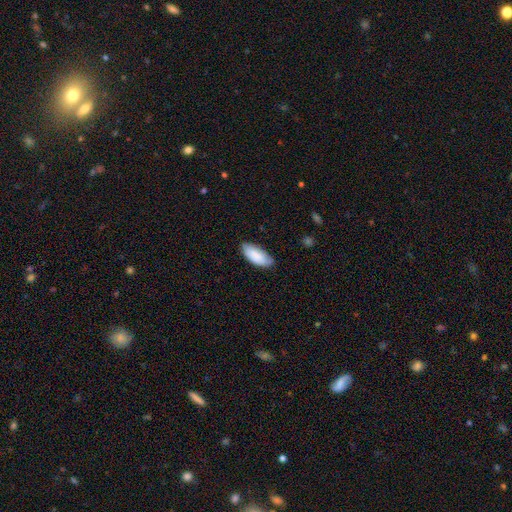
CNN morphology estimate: The model was most divided on "merging": none: 75%, minor disturbance: 21%, major disturbance: 3%, merger: 1%. More confident: how rounded — in between (89%); smooth or featured — smooth (87%).